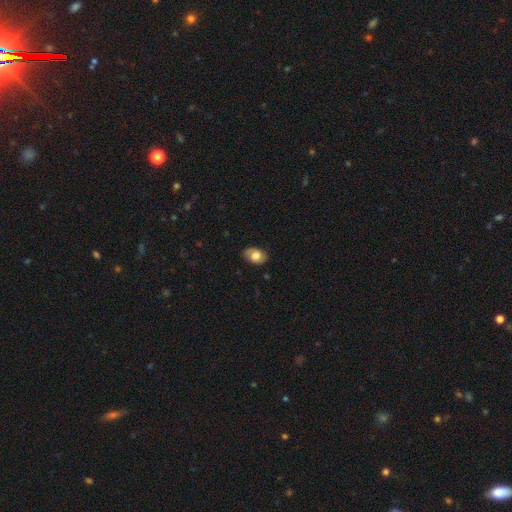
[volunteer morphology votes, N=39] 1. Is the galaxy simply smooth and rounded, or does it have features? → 77% smooth, 18% featured or disk, 5% star or artifact.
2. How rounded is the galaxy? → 87% in between, 10% round, 3% cigar-shaped.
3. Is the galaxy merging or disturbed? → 95% none, 5% minor disturbance, 0% major disturbance, 0% merger.